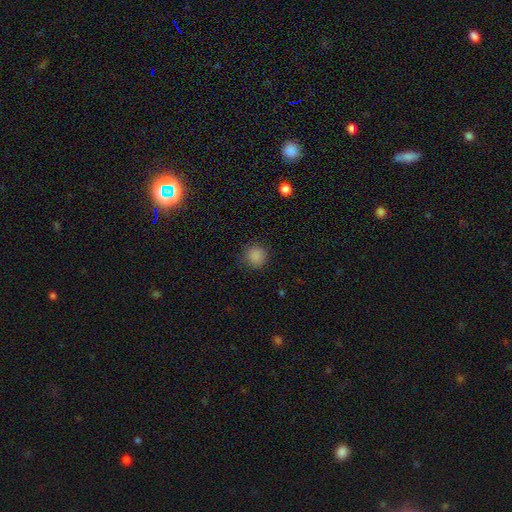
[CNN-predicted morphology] Smooth or featured: smooth — 86% (star or artifact — 11%)
How rounded: round — 93% (in between — 6%)
Merging: none — 87% (minor disturbance — 9%)